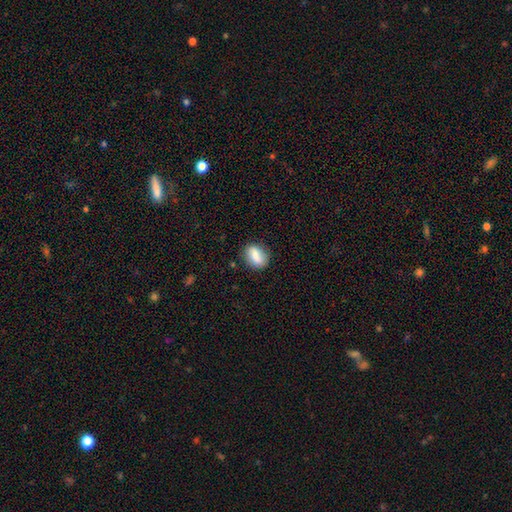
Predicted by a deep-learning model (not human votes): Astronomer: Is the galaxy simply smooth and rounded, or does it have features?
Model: smooth — 75%.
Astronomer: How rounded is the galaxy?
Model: in between — 67%.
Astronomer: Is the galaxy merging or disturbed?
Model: none — 83%.